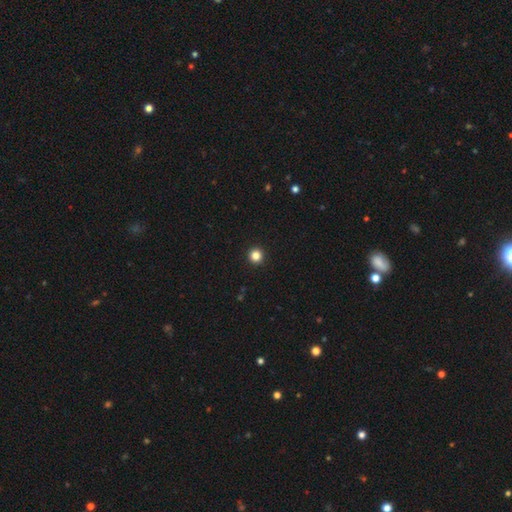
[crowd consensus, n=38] Q: Smooth or featured?
A: smooth (87%); runner-up: star or artifact (11%)
Q: How rounded?
A: round (97%); runner-up: in between (3%)
Q: Merging?
A: none (100%)